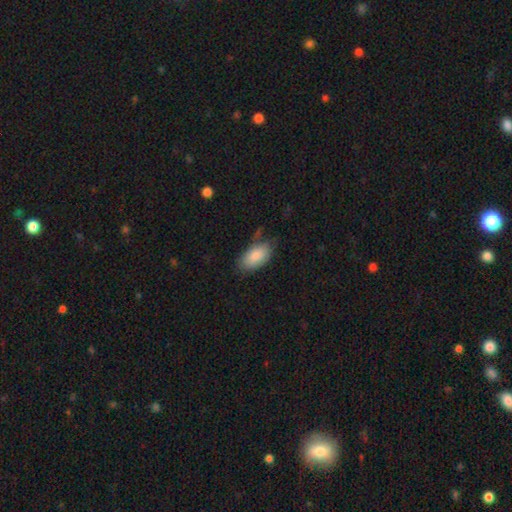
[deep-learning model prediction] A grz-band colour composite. It shows a smooth galaxy with no disk features (86%) that is in between round and cigar-shaped (94%). Merging: none (64%).